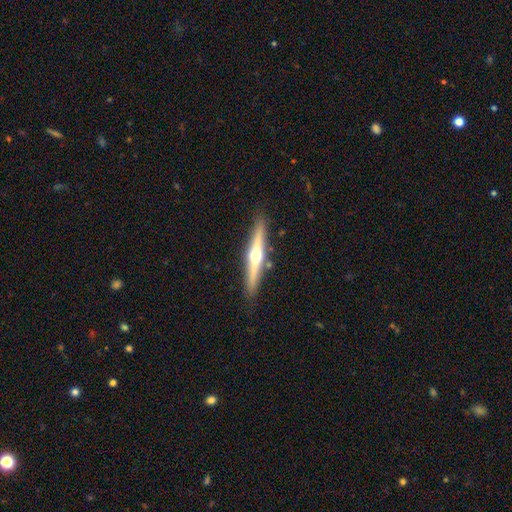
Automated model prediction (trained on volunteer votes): Smooth or featured? Predicted: featured or disk (p=0.69). Edge-on disk? Predicted: yes (p=0.97). Edge-on bulge? Predicted: rounded (p=0.94). Merging? Predicted: none (p=0.87).